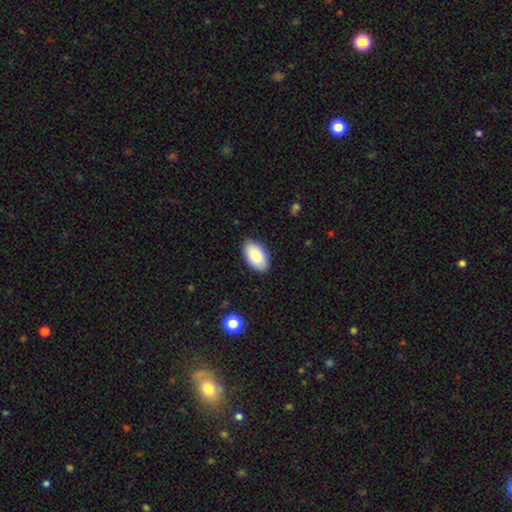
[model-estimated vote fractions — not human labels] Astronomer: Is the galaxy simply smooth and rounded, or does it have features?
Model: smooth — 85%.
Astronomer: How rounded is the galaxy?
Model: in between — 96%.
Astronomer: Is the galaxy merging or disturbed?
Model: none — 87%.